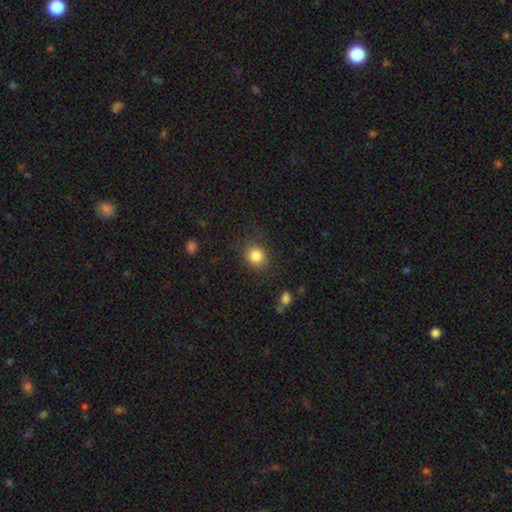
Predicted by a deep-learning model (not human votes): This is clearly a smooth galaxy (84%). How rounded: clearly round (80%). Merging: clearly none (83%).